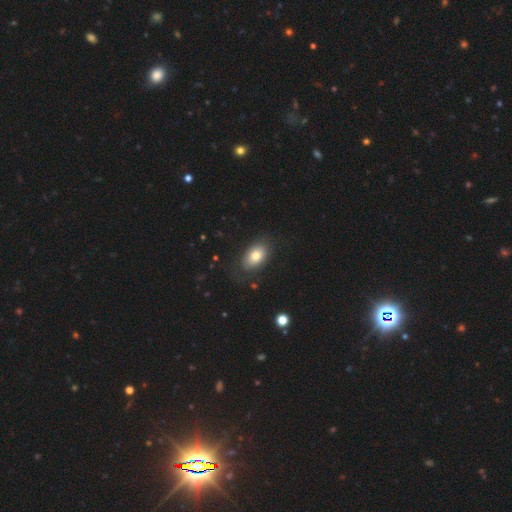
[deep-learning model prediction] smooth-or-featured: smooth: 76% | featured or disk: 16% | star or artifact: 8%
  how-rounded: in between: 87% | round: 11% | cigar-shaped: 1%
  merging: none: 80% | minor disturbance: 14% | major disturbance: 5% | merger: 1%